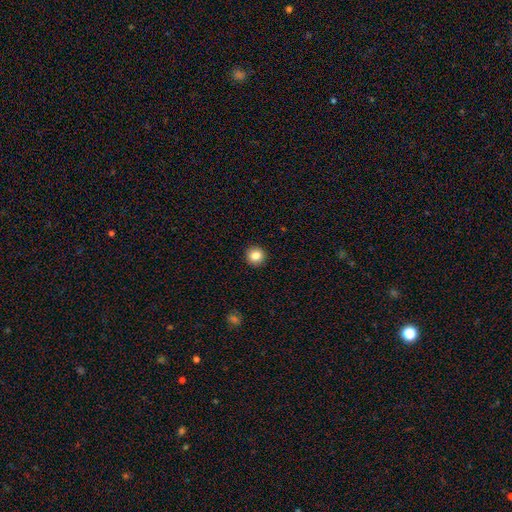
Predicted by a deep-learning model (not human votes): Overall: smooth (84%). How rounded: round (95%). Merging: none (93%).